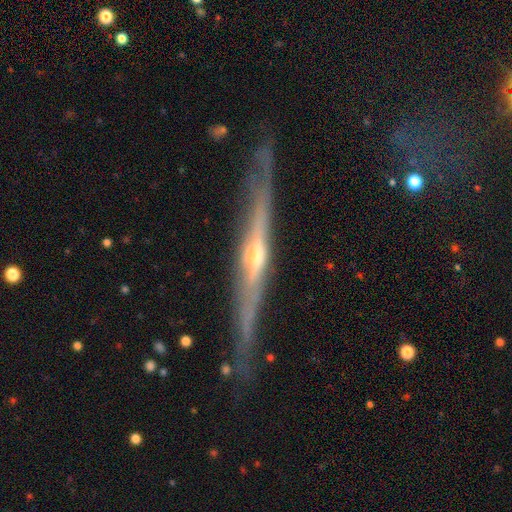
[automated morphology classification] Smooth or featured: featured or disk — 82% (smooth — 13%)
Edge-on disk: yes — 95% (no — 5%)
Edge-on bulge: rounded — 74% (none — 16%)
Merging: none — 78% (minor disturbance — 15%)